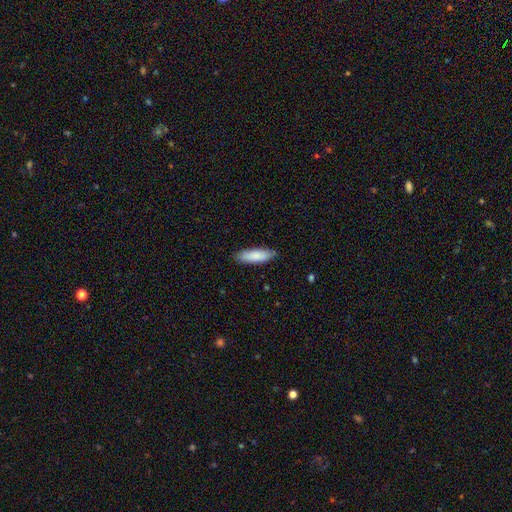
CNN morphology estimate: smooth 85%, featured or disk 10%, star or artifact 5%. Down the decision tree: how rounded — in between (51%); merging — none (84%).